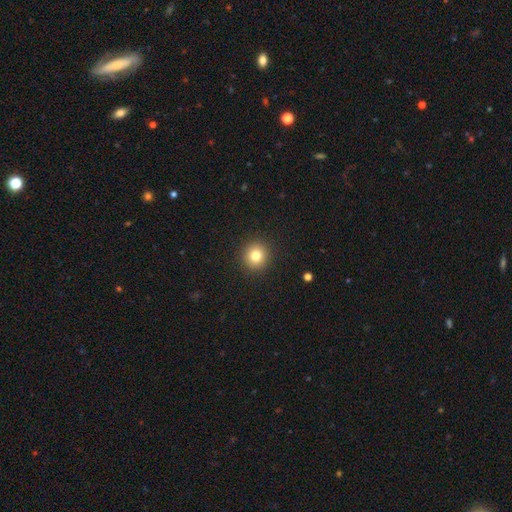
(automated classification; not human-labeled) Overall: smooth (80%). How rounded: round (94%). Merging: none (93%).